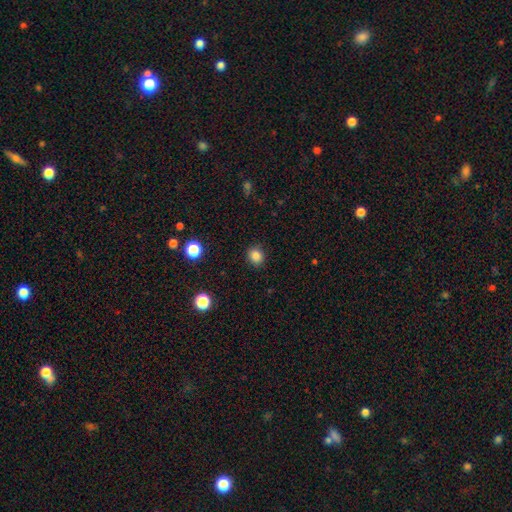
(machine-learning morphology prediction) Smooth or featured: smooth — 84% (star or artifact — 12%)
How rounded: round — 76% (in between — 23%)
Merging: none — 89% (minor disturbance — 8%)